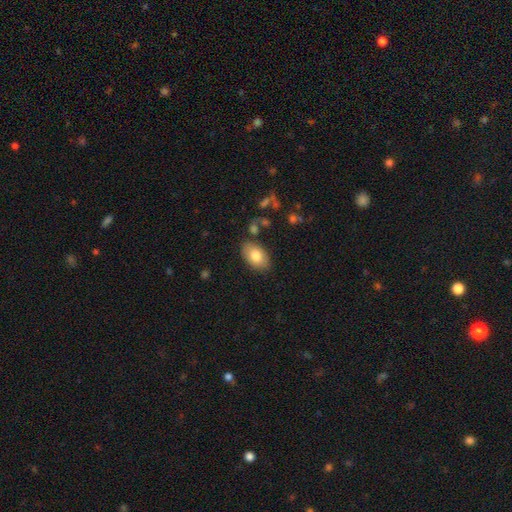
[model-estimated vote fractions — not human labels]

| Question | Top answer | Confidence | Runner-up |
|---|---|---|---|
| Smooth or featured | smooth | 79% | featured or disk (14%) |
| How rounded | in between | 90% | round (9%) |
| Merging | none | 83% | minor disturbance (12%) |